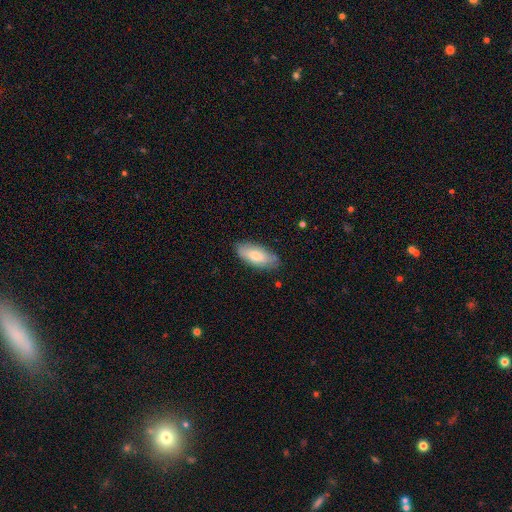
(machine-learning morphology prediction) Overall: smooth (74%). How rounded: in between (85%). Merging: none (82%).